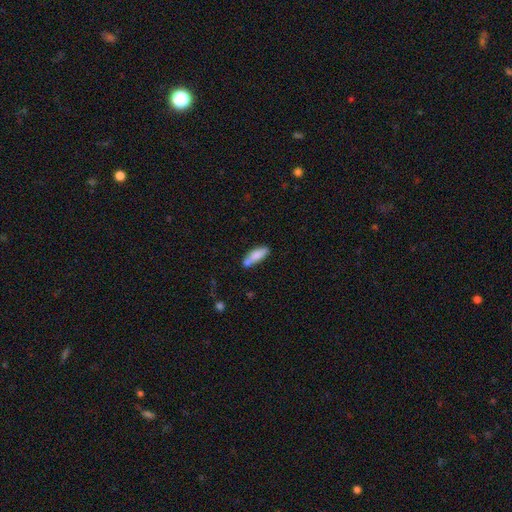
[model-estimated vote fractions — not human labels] This is likely a smooth galaxy (80%). How rounded: possibly in between (54%). Merging: possibly none (54%).